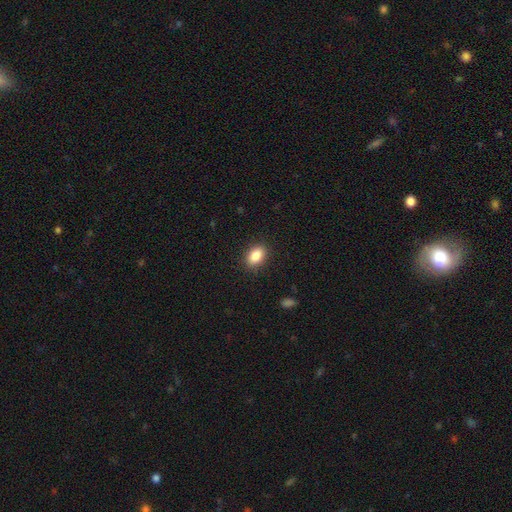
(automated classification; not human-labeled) smooth_or_featured: smooth (p=0.86) [alt: star or artifact p=0.08]
how_rounded: in between (p=0.85) [alt: round p=0.14]
merging: none (p=0.88) [alt: minor disturbance p=0.08]